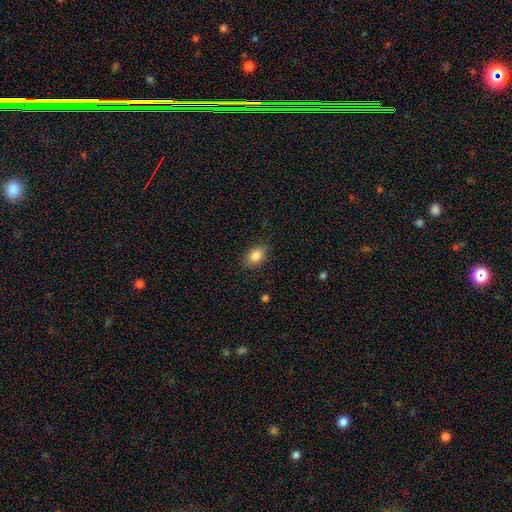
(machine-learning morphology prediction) This appears to be a smooth galaxy with no disk features (85%) that is in between round and cigar-shaped (81%). Merging: none (84%).